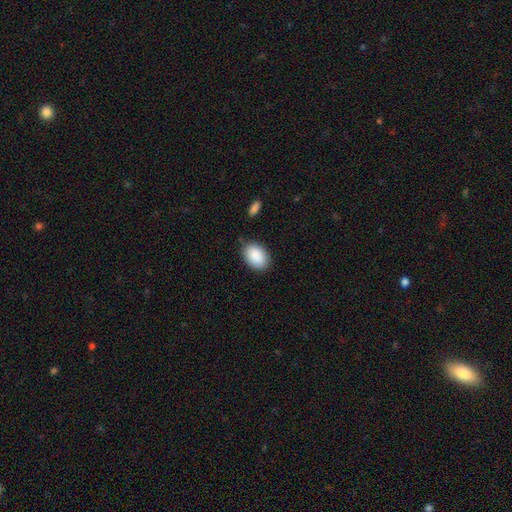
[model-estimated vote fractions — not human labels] A smooth galaxy with no disk features (90%) that is in between round and cigar-shaped (85%). Merging: none (83%).